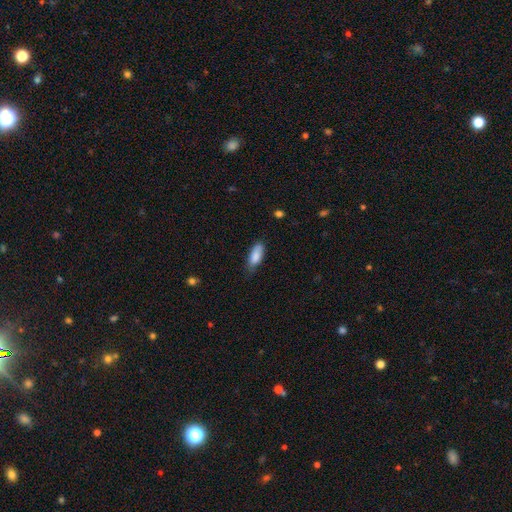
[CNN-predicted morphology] This appears to be a smooth galaxy with no disk features (85%) that is in between round and cigar-shaped (75%). Merging: none (68%).